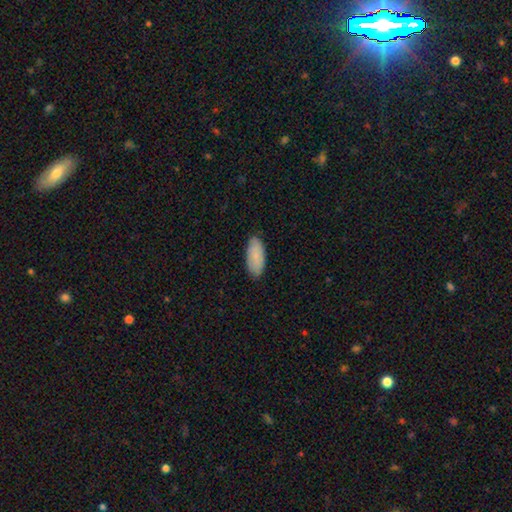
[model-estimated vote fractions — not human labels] The model was most divided on "merging": none: 85%, minor disturbance: 12%, major disturbance: 2%, merger: 1%. More confident: how rounded — in between (88%); smooth or featured — smooth (85%).